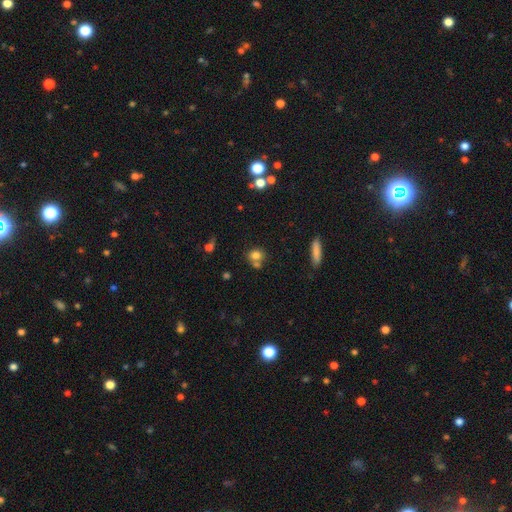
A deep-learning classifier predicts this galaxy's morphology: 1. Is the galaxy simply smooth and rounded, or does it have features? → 76% smooth, 14% star or artifact, 10% featured or disk.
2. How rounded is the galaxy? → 67% round, 31% in between, 2% cigar-shaped.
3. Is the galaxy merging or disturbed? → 51% none, 34% merger, 11% minor disturbance, 4% major disturbance.